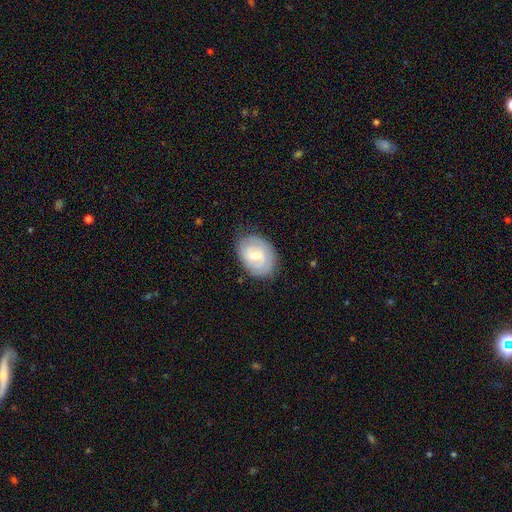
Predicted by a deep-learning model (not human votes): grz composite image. It shows a featured or disk galaxy (63%) with a weak bar (54%), 2 (49%) tight (60%) spiral arms (83%) and a moderate central bulge (49%). Merging: none (79%).